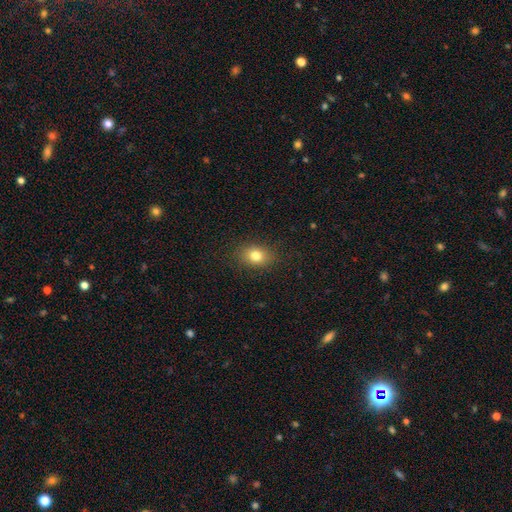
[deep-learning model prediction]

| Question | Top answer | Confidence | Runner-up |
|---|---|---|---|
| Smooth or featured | smooth | 80% | star or artifact (12%) |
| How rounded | in between | 59% | round (40%) |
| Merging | none | 88% | minor disturbance (8%) |